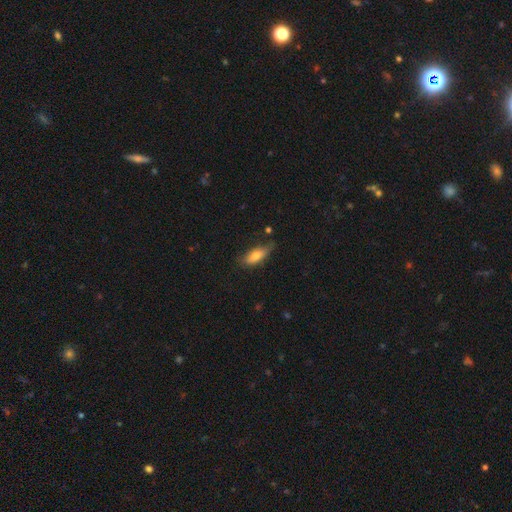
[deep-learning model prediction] smooth-or-featured: smooth: 72% | featured or disk: 21% | star or artifact: 7%
  how-rounded: in between: 69% | cigar-shaped: 28% | round: 3%
  merging: none: 64% | minor disturbance: 28% | major disturbance: 6% | merger: 2%